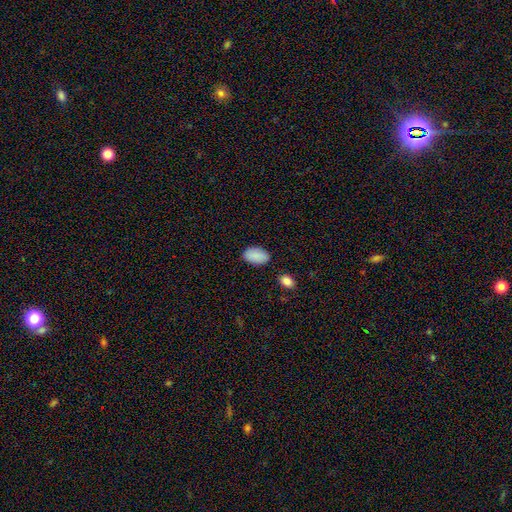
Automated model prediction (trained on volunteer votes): smooth-or-featured: smooth: 89% | star or artifact: 6% | featured or disk: 4%
  how-rounded: in between: 93% | round: 5% | cigar-shaped: 1%
  merging: none: 84% | minor disturbance: 12% | major disturbance: 3% | merger: 2%